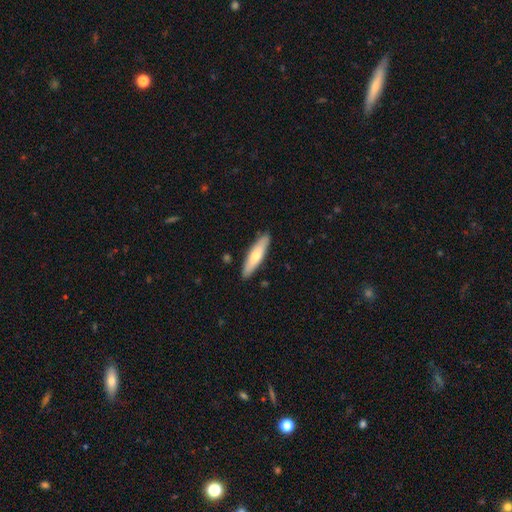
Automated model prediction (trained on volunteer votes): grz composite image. It shows a smooth galaxy with no disk features (63%) that is cigar-shaped (73%). Merging: none (88%).